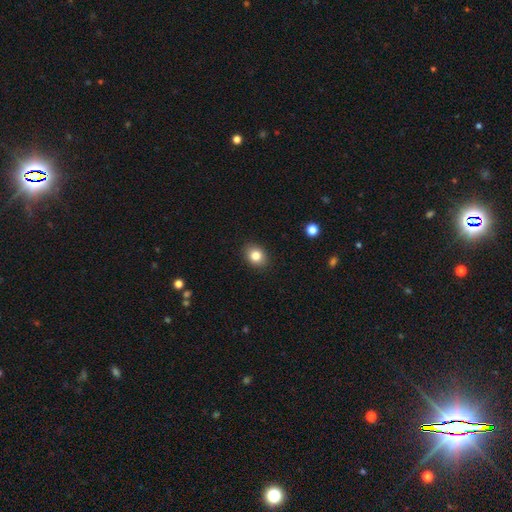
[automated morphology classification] type=smooth (83%); roundness=in between (51%); merging=none (89%).